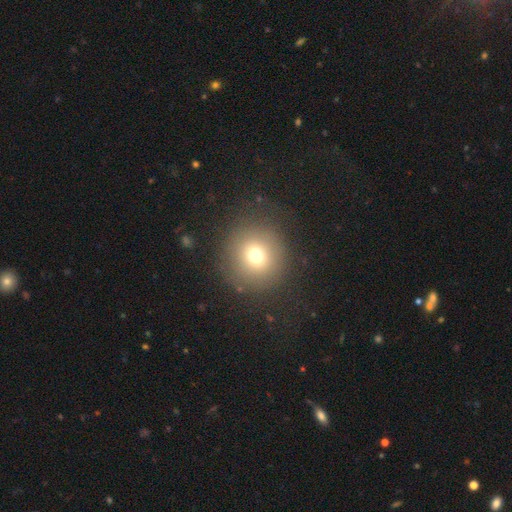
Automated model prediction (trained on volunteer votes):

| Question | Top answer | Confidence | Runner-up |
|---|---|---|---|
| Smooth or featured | smooth | 72% | star or artifact (17%) |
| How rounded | round | 93% | in between (6%) |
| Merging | none | 85% | minor disturbance (8%) |